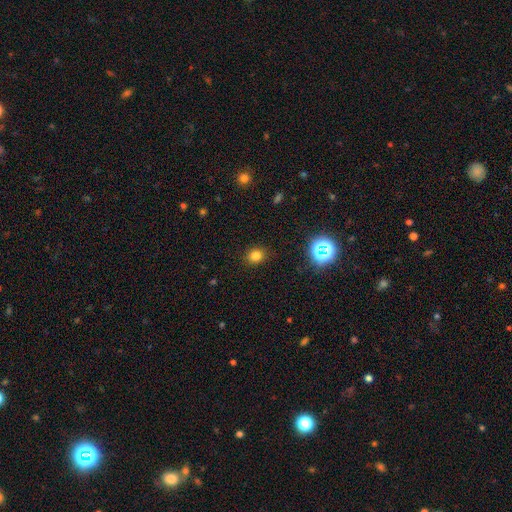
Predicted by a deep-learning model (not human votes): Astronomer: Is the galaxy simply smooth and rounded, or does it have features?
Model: smooth — 78%.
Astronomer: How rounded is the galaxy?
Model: round — 69%.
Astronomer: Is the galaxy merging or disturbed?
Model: none — 88%.